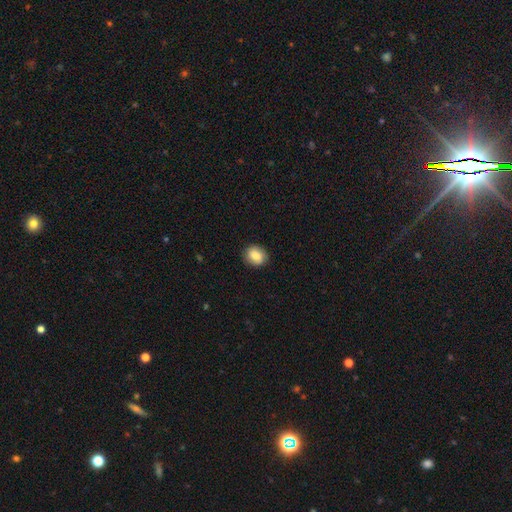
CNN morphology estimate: A smooth galaxy with no disk features (83%) that is round (61%). Merging: none (86%).